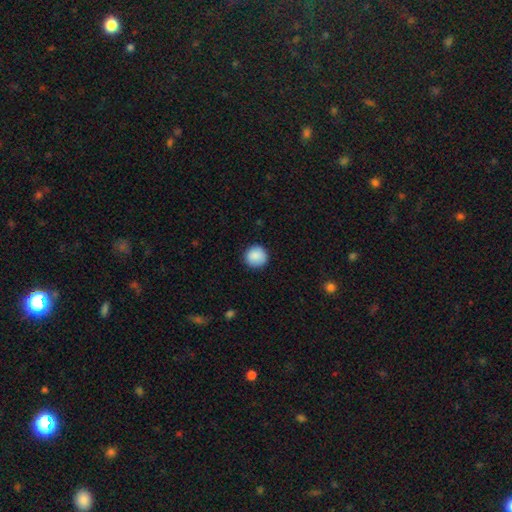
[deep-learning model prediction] Morphology: type=smooth (88%); roundness=round (94%); merging=none (89%).